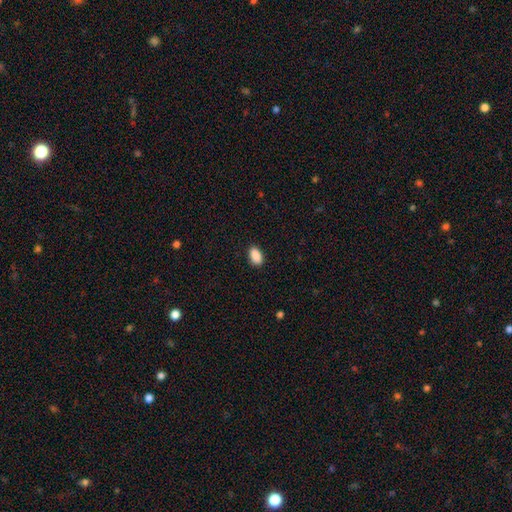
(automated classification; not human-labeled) Overall: smooth (90%). How rounded: in between (92%). Merging: none (89%).